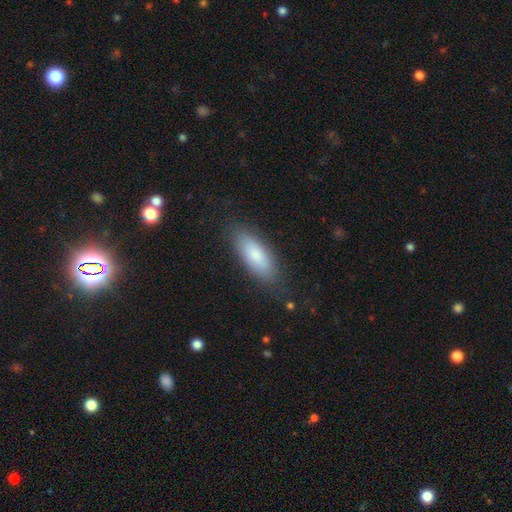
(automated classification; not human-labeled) This is likely a smooth galaxy (79%). How rounded: likely in between (73%). Merging: clearly none (82%).